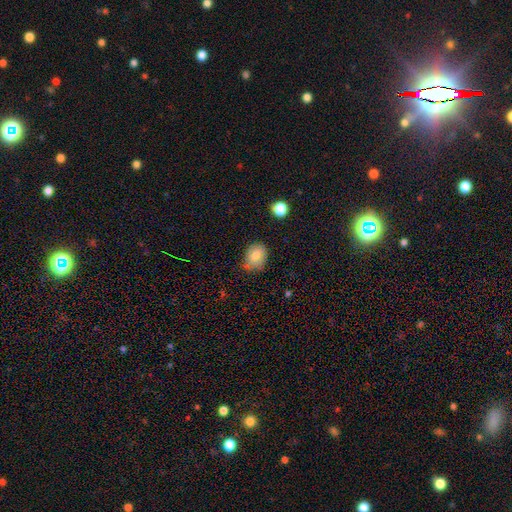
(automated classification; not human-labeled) Smooth or featured?
  - smooth: 80% *
  - featured or disk: 11%
  - star or artifact: 9%
How rounded?
  - in between: 60% *
  - round: 39%
  - cigar-shaped: 1%
Merging?
  - none: 61% *
  - minor disturbance: 31%
  - major disturbance: 5%
  - merger: 3%